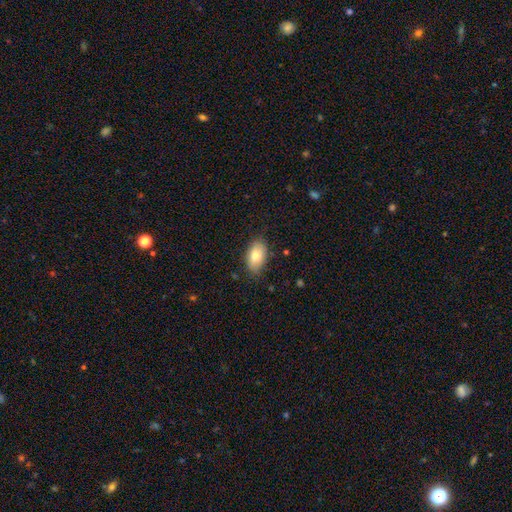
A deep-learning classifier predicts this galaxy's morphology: This is likely a smooth galaxy (77%). How rounded: clearly in between (91%). Merging: likely none (79%).